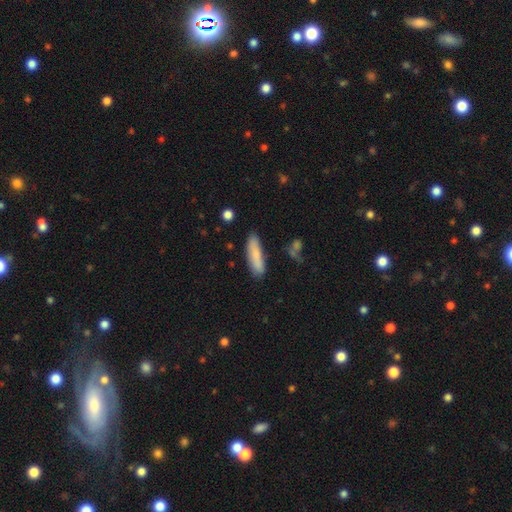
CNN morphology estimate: A smooth galaxy with no disk features (81%) that is cigar-shaped (67%). Merging: none (80%).